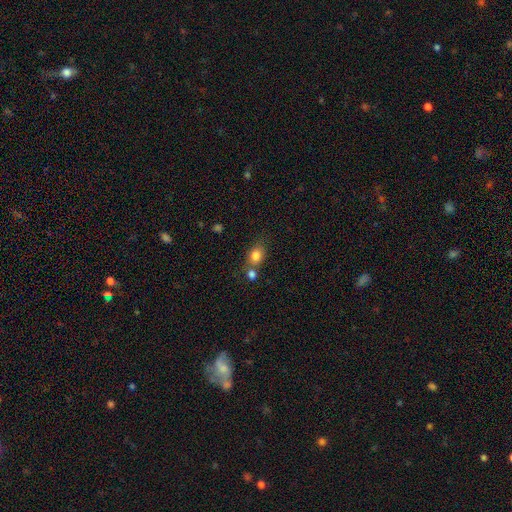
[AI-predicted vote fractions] Smooth or featured? smooth (82%)
How rounded? in between (61%)
Merging? none (53%)